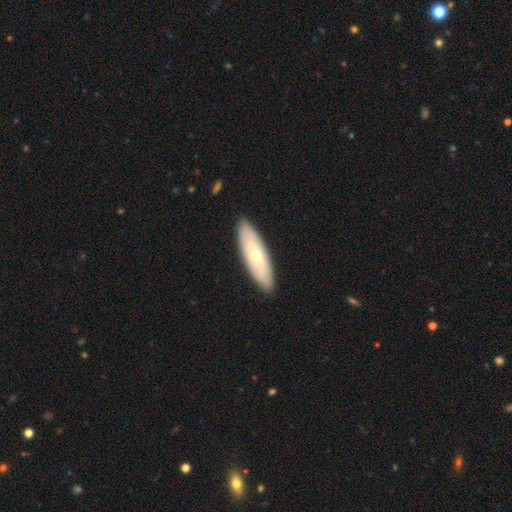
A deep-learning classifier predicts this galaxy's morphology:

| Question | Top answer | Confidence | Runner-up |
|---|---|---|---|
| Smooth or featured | smooth | 60% | featured or disk (35%) |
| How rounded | cigar-shaped | 54% | in between (44%) |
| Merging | none | 89% | minor disturbance (8%) |